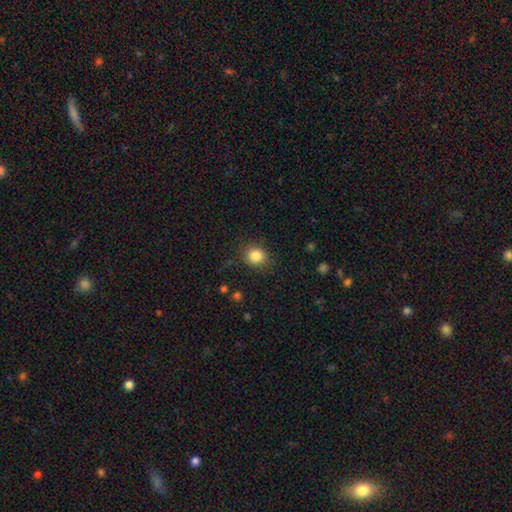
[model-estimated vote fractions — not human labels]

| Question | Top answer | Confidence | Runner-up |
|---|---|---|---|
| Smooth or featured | smooth | 85% | star or artifact (10%) |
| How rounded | round | 81% | in between (18%) |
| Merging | none | 85% | minor disturbance (10%) |